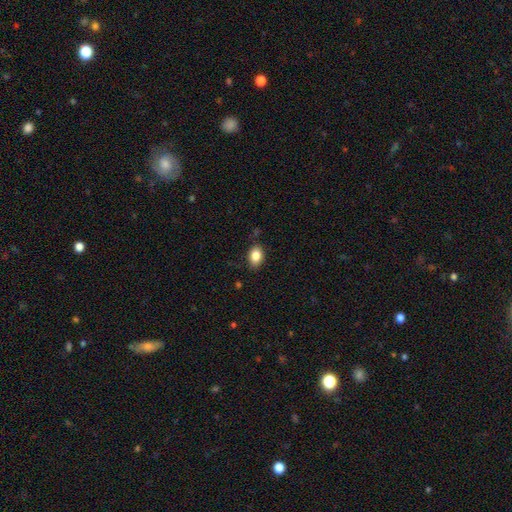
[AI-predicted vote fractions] This is clearly a smooth galaxy (85%). How rounded: likely in between (78%). Merging: clearly none (83%).